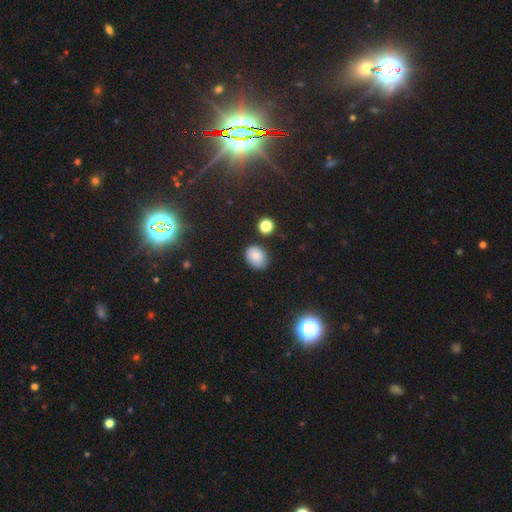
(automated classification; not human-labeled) Smooth or featured? Predicted: smooth (p=0.80). How rounded? Predicted: in between (p=0.67). Merging? Predicted: none (p=0.78).